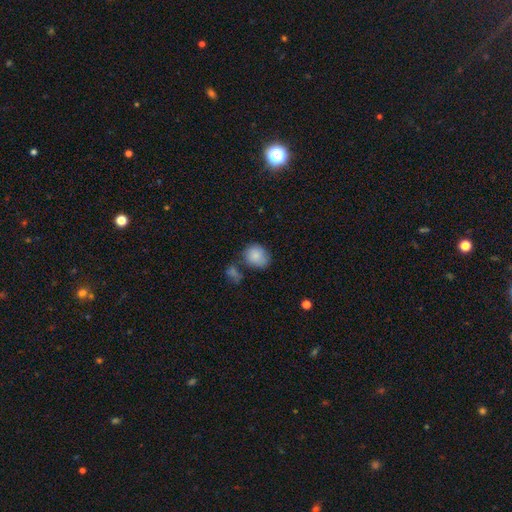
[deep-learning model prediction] Q: Smooth or featured?
A: smooth (85%); runner-up: star or artifact (7%)
Q: How rounded?
A: round (62%); runner-up: in between (37%)
Q: Merging?
A: none (54%); runner-up: minor disturbance (21%)